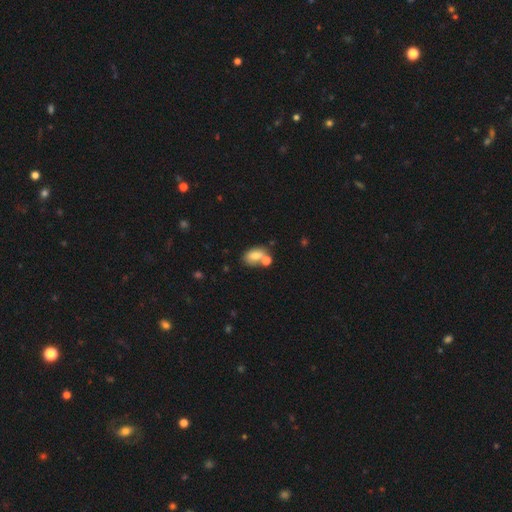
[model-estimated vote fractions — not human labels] Smooth or featured: smooth — 75% (featured or disk — 15%)
How rounded: in between — 83% (round — 15%)
Merging: none — 48% (merger — 32%)